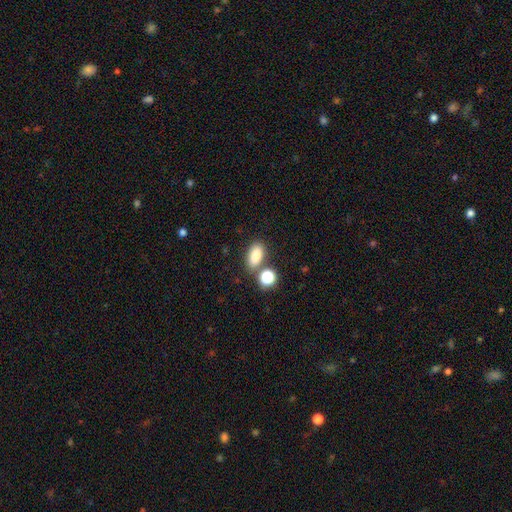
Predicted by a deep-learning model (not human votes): smooth-or-featured: smooth: 84% | star or artifact: 10% | featured or disk: 6%
  how-rounded: in between: 83% | round: 12% | cigar-shaped: 4%
  merging: none: 70% | merger: 15% | minor disturbance: 11% | major disturbance: 4%